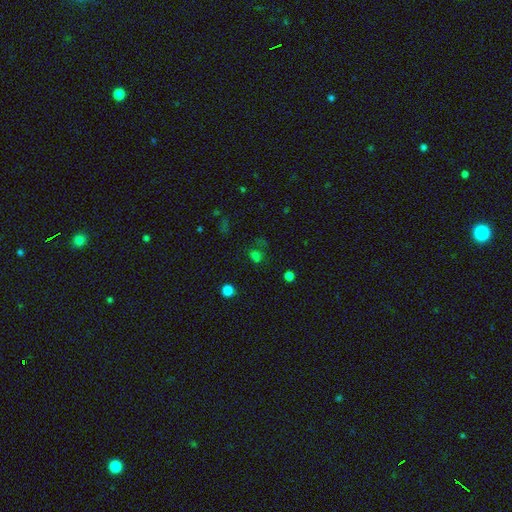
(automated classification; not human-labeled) smooth 58%, star or artifact 34%, featured or disk 8%. Down the decision tree: how rounded — round (57%); merging — none (62%).